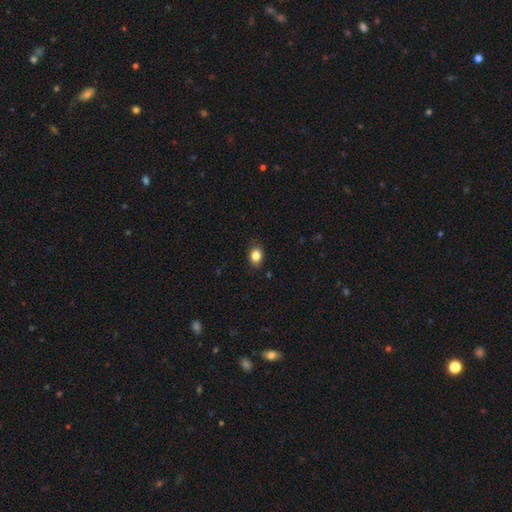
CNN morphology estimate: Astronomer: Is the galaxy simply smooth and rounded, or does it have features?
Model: smooth — 85%.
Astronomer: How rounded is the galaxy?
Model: in between — 60% (runner-up: round, 39%).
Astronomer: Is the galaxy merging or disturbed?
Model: none — 86%.